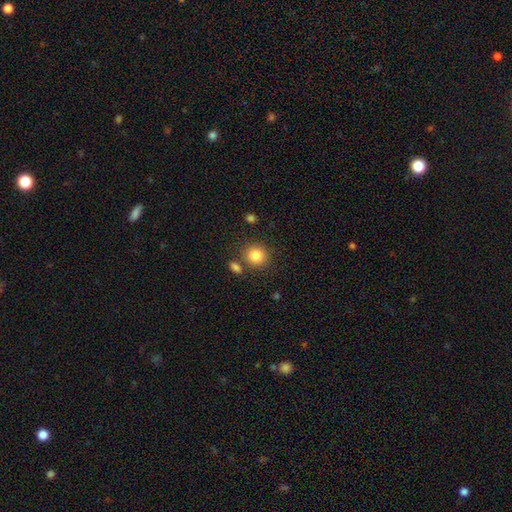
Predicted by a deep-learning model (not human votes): A smooth galaxy with no disk features (84%) that is round (89%). Merging: none (78%).